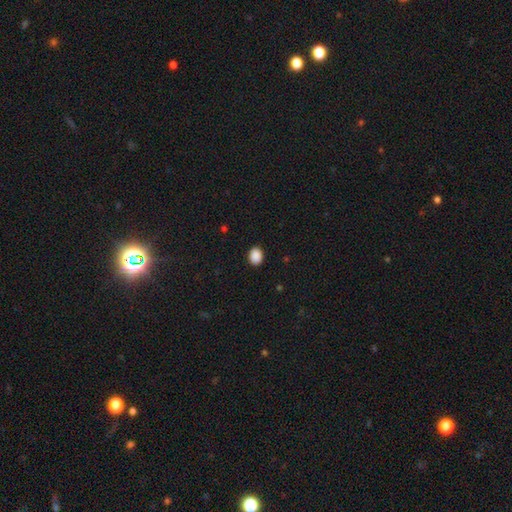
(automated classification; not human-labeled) This is clearly a smooth galaxy (89%). How rounded: possibly in between (54%). Merging: clearly none (90%).